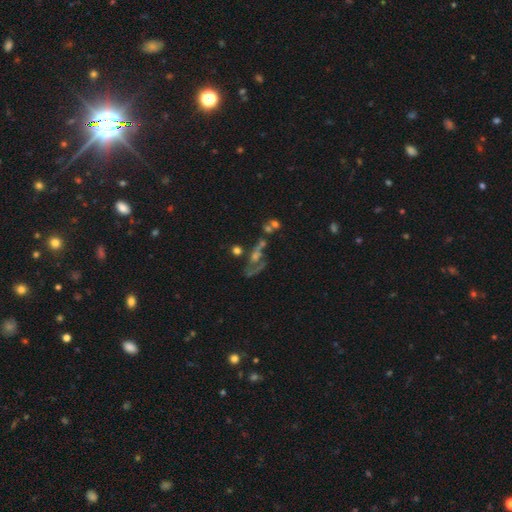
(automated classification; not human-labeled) smooth-or-featured: featured or disk: 54% | star or artifact: 26% | smooth: 20%
  disk-edge-on: no: 87% | yes: 13%
  merging: none: 32% | major disturbance: 27% | merger: 27% | minor disturbance: 14%